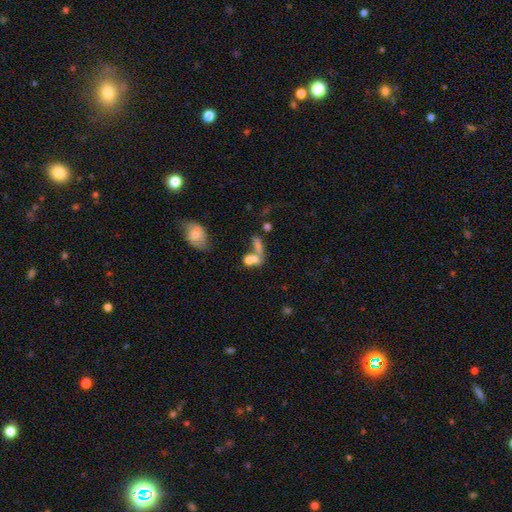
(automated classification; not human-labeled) Morphology: type=smooth (61%); roundness=in between (59%); merging=merger (53%).